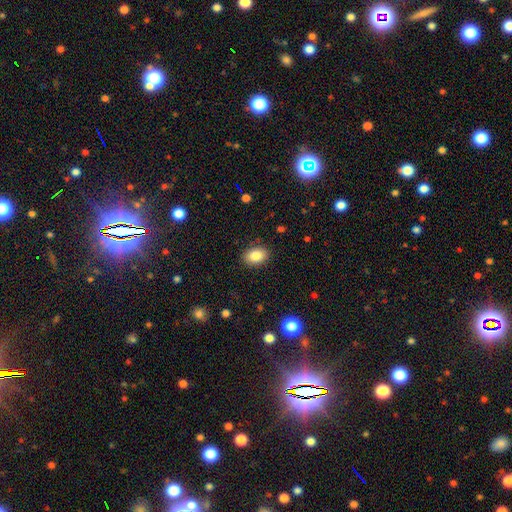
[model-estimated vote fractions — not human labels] Smooth or featured? smooth (85%)
How rounded? in between (80%)
Merging? none (88%)